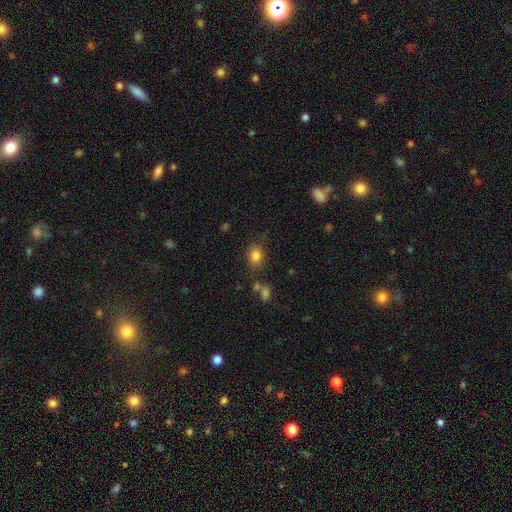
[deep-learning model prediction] A smooth galaxy with no disk features (83%) that is round (50%).

Vote fractions:
- Smooth or featured? smooth: 83% / star or artifact: 11% / featured or disk: 6%
- How rounded? round: 50% / in between: 49% / cigar-shaped: 1%
- Merging? none: 74% / minor disturbance: 16% / major disturbance: 5% / merger: 5%